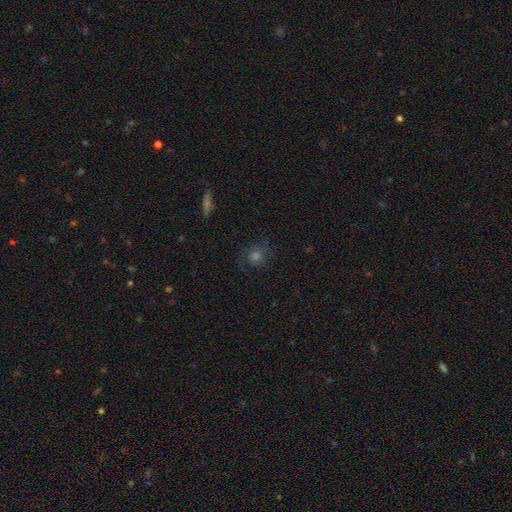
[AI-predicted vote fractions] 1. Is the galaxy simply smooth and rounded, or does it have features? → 48% smooth, 26% featured or disk, 26% star or artifact.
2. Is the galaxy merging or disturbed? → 76% none, 15% minor disturbance, 8% major disturbance, 1% merger.